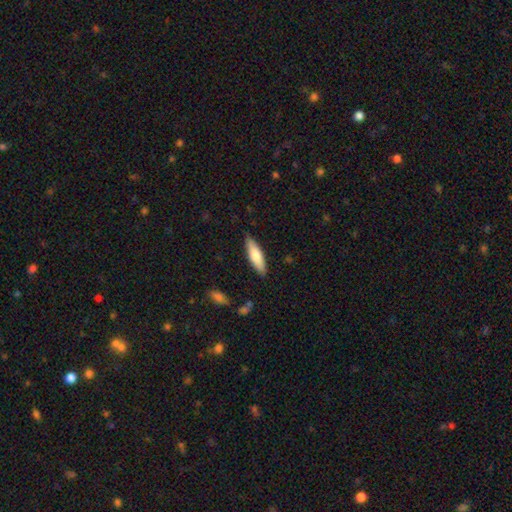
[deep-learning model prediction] This is likely a smooth galaxy (72%). How rounded: possibly cigar-shaped (59%). Merging: clearly none (86%).